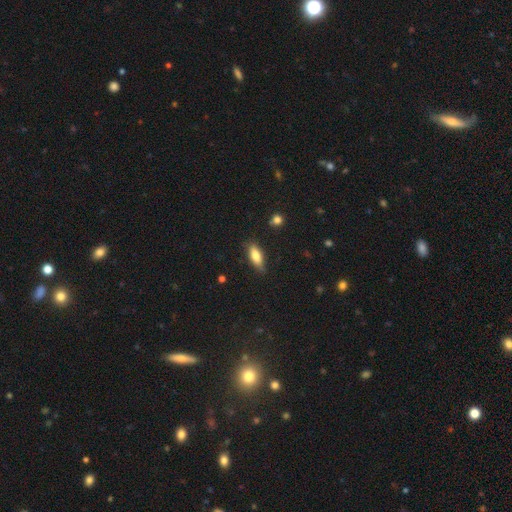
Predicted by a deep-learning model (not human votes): Smooth or featured: smooth — 77% (featured or disk — 16%)
How rounded: in between — 69% (cigar-shaped — 29%)
Merging: none — 80% (minor disturbance — 15%)